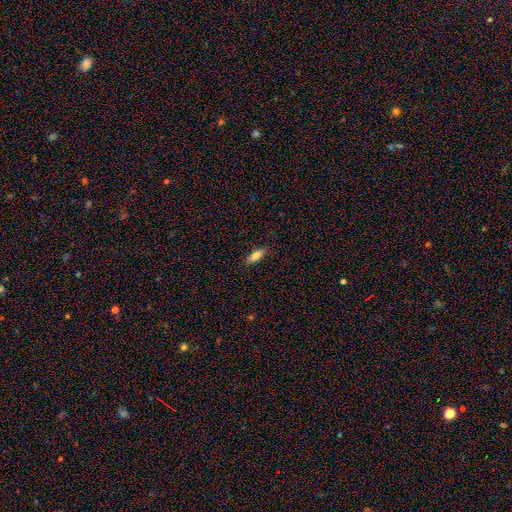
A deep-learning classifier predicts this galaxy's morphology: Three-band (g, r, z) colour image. It shows a smooth galaxy with no disk features (79%) that is in between round and cigar-shaped (63%). Merging: none (87%).